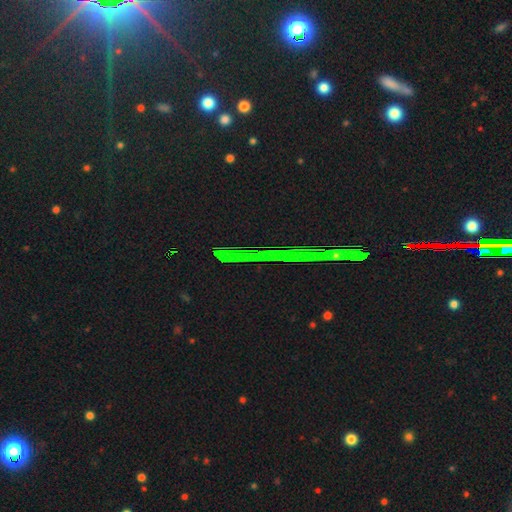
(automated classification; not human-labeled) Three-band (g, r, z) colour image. It shows a star or artifact, not a galaxy (81%).